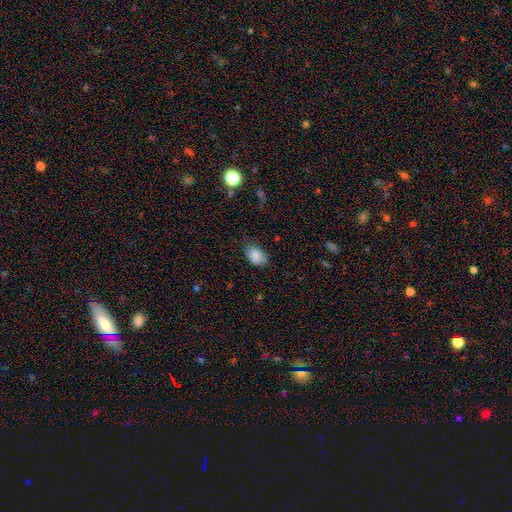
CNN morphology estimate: type=smooth (86%); roundness=in between (86%); merging=none (65%).